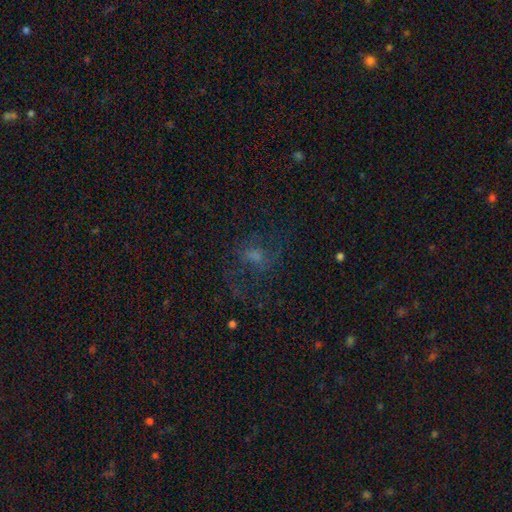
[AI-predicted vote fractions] Smooth or featured?
  - featured or disk: 43% *
  - smooth: 34%
  - star or artifact: 23%
Merging?
  - none: 51% *
  - major disturbance: 30%
  - minor disturbance: 17%
  - merger: 3%